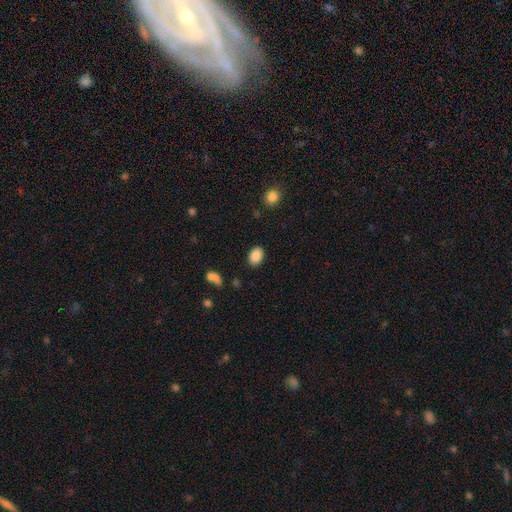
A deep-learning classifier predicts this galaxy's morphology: This appears to be a smooth galaxy with no disk features (87%) that is in between round and cigar-shaped (79%). Merging: none (86%).